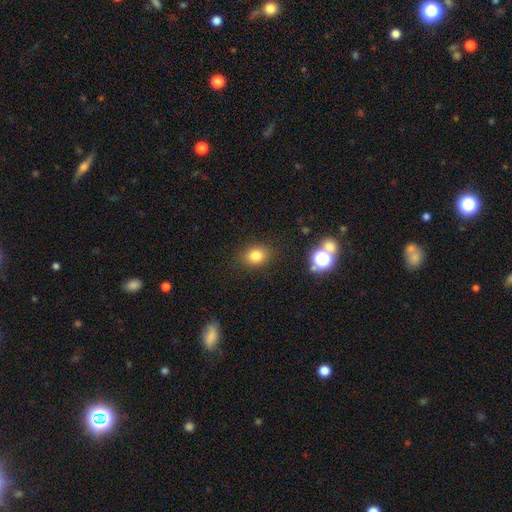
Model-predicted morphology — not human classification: This appears to be a smooth galaxy with no disk features (80%) that is round (51%). Merging: none (86%).